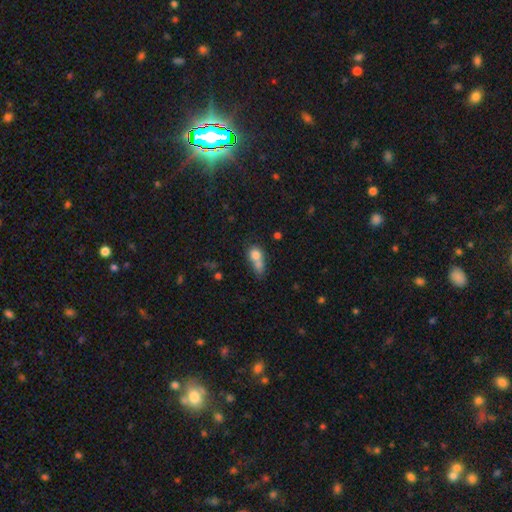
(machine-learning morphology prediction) This is likely a smooth galaxy (75%). How rounded: possibly round (55%). Merging: likely merger (63%).